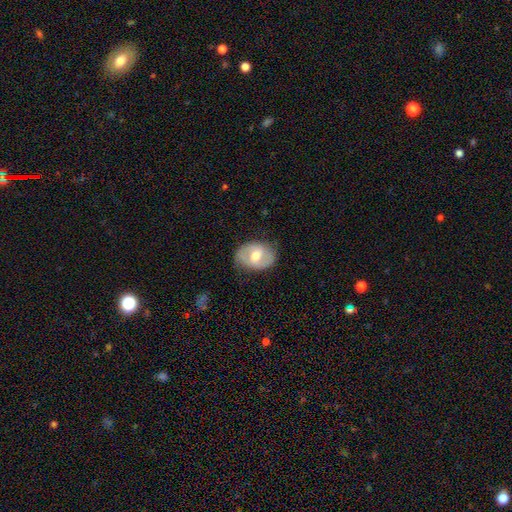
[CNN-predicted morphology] Smooth or featured: featured or disk — 55% (smooth — 39%)
Edge-on disk: no — 95% (yes — 5%)
Bar: weak — 49% (no — 29%)
Spiral arms: yes — 62% (no — 38%)
Bulge size: moderate — 74% (small — 15%)
Merging: none — 74% (minor disturbance — 19%)